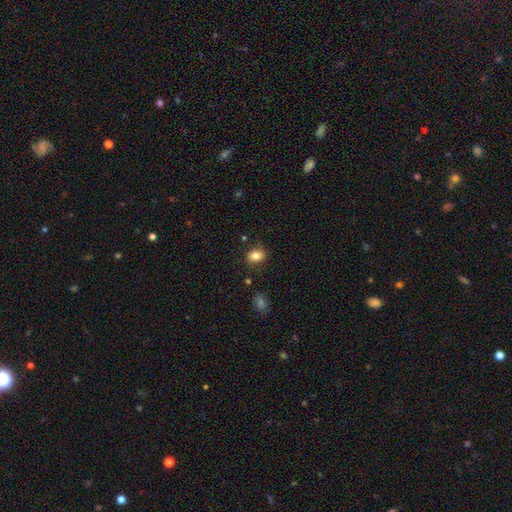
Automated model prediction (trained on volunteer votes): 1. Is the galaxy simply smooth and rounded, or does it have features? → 82% smooth, 10% star or artifact, 9% featured or disk.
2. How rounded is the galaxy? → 67% in between, 32% round, 1% cigar-shaped.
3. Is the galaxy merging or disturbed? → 82% none, 13% minor disturbance, 3% major disturbance, 3% merger.